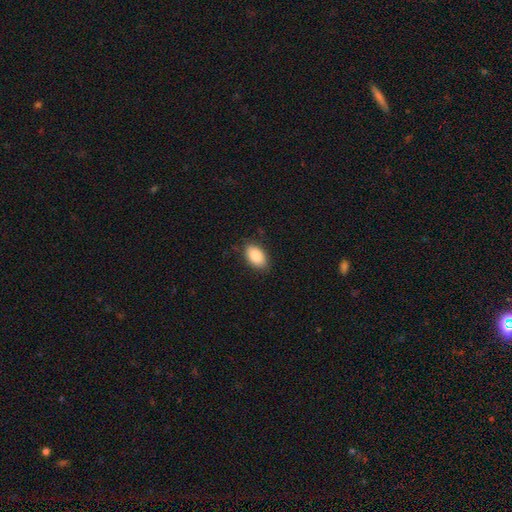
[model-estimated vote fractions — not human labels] Smooth or featured?
  - smooth: 88% *
  - star or artifact: 7%
  - featured or disk: 5%
How rounded?
  - in between: 93% *
  - round: 6%
  - cigar-shaped: 1%
Merging?
  - none: 84% *
  - minor disturbance: 12%
  - major disturbance: 3%
  - merger: 1%